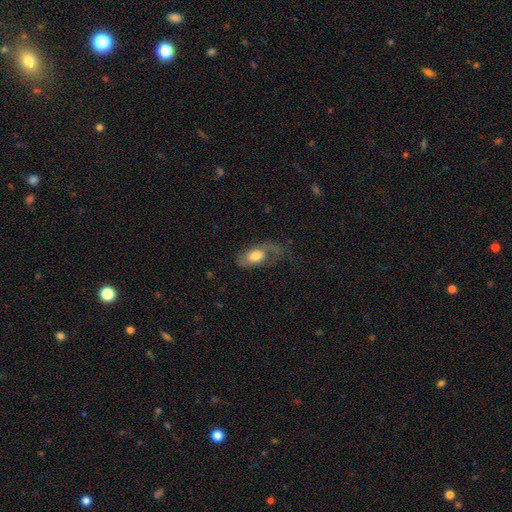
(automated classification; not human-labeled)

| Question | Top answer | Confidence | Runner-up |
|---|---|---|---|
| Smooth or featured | smooth | 58% | featured or disk (36%) |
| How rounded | in between | 89% | round (7%) |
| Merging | major disturbance | 37% | none (35%) |